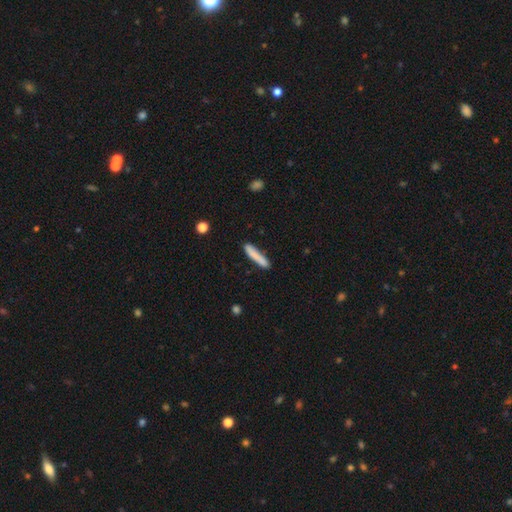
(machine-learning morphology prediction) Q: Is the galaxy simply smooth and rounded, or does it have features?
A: smooth — 82%.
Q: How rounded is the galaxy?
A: cigar-shaped — 91%.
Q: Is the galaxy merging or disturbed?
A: none — 80%.